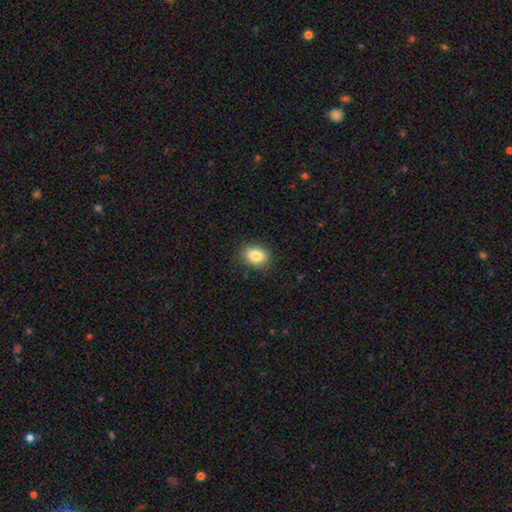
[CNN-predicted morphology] Smooth or featured? Predicted: smooth (p=0.85). How rounded? Predicted: in between (p=0.69). Merging? Predicted: none (p=0.87).